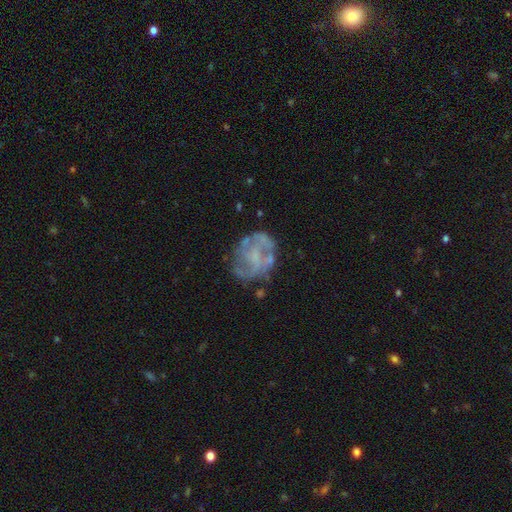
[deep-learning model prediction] A featured or disk galaxy (72%) with no bar (63%), spiral arms (56%) and no central bulge (47%). Merging: none (60%).